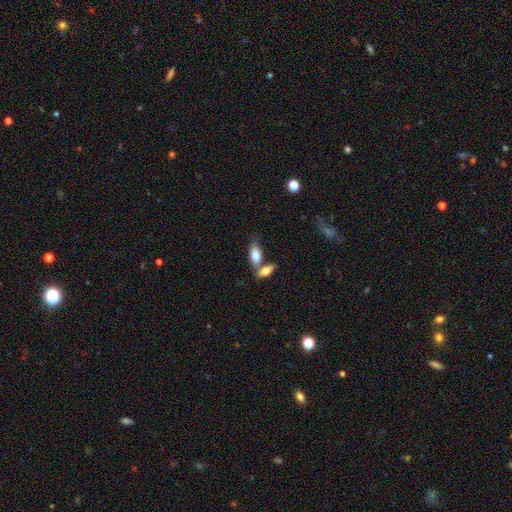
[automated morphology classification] smooth-or-featured: smooth: 77% | featured or disk: 16% | star or artifact: 6%
  how-rounded: in between: 83% | cigar-shaped: 13% | round: 3%
  merging: none: 45% | merger: 41% | minor disturbance: 11% | major disturbance: 4%